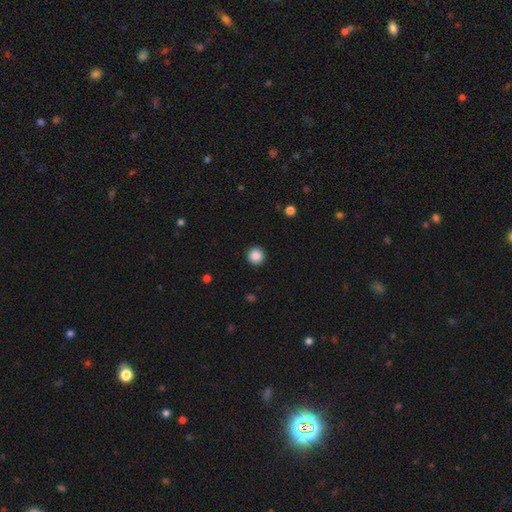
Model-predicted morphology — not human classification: Overall: smooth (88%). How rounded: round (96%). Merging: none (93%).